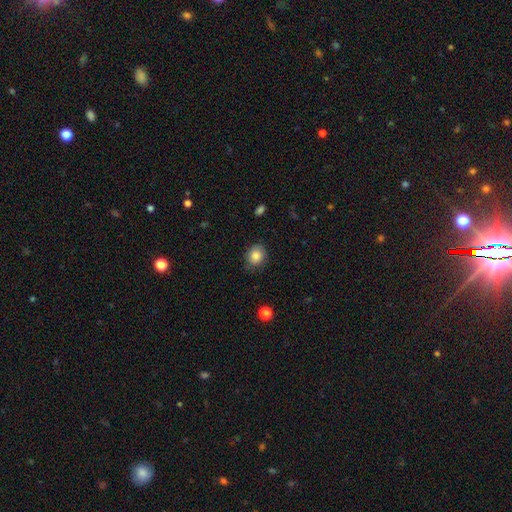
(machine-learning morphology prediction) This is clearly a smooth galaxy (84%). How rounded: possibly round (56%). Merging: likely none (80%).